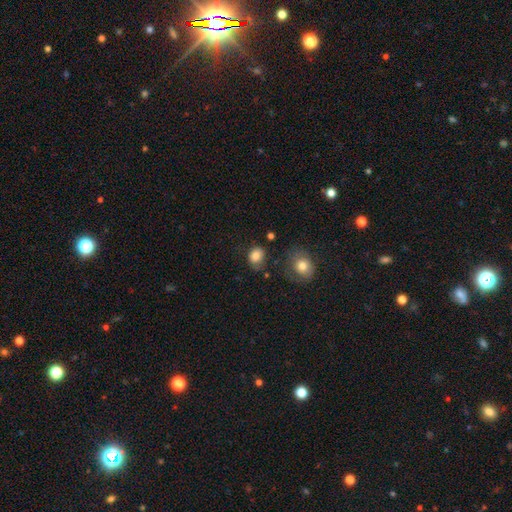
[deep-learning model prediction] smooth_or_featured: smooth (p=0.83) [alt: star or artifact p=0.10]
how_rounded: round (p=0.54) [alt: in between p=0.45]
merging: none (p=0.68) [alt: minor disturbance p=0.20]